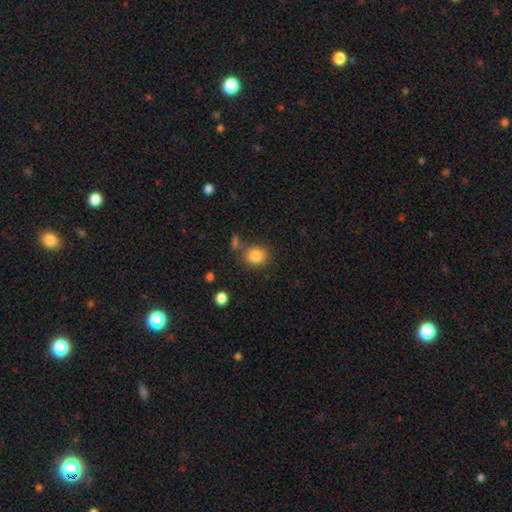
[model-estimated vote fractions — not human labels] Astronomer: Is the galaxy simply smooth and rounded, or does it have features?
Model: smooth — 84%.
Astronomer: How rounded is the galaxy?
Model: round — 67%.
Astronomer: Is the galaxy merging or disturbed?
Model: none — 76%.